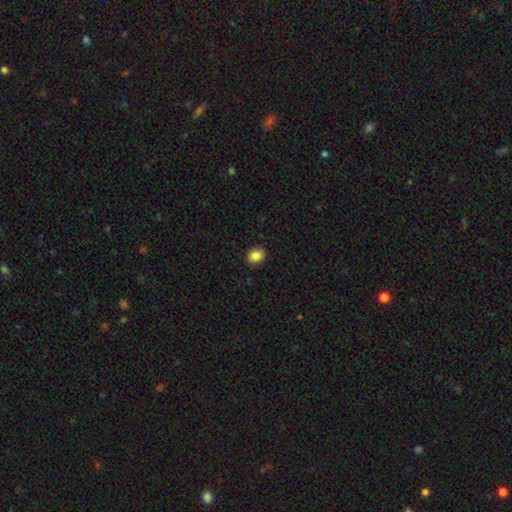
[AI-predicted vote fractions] A smooth galaxy with no disk features (87%) that is round (62%).

Vote fractions:
- Smooth or featured? smooth: 87% / star or artifact: 9% / featured or disk: 4%
- How rounded? round: 62% / in between: 37% / cigar-shaped: 1%
- Merging? none: 91% / minor disturbance: 6% / major disturbance: 2% / merger: 1%